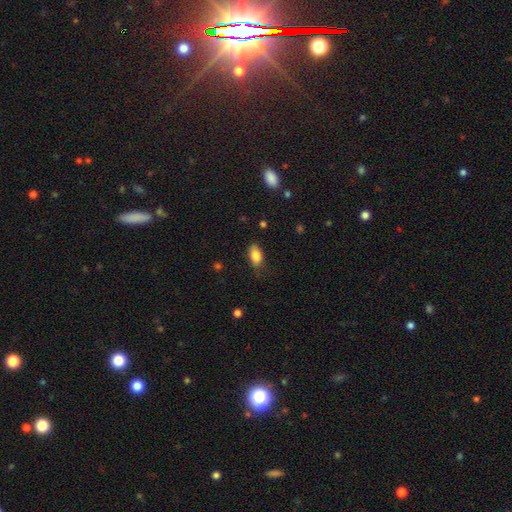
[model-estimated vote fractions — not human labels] The model was most divided on "merging": none: 73%, minor disturbance: 21%, major disturbance: 5%, merger: 1%. More confident: how rounded — in between (90%); smooth or featured — smooth (85%).